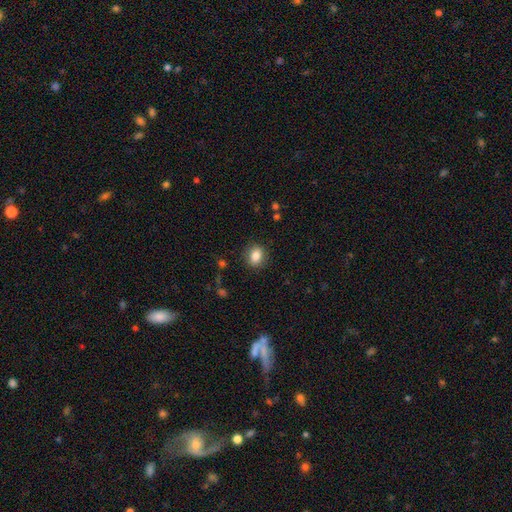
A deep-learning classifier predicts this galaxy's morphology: Smooth or featured?
  - smooth: 83% *
  - star or artifact: 9%
  - featured or disk: 7%
How rounded?
  - round: 52% *
  - in between: 47%
  - cigar-shaped: 1%
Merging?
  - none: 88% *
  - minor disturbance: 9%
  - major disturbance: 3%
  - merger: 1%